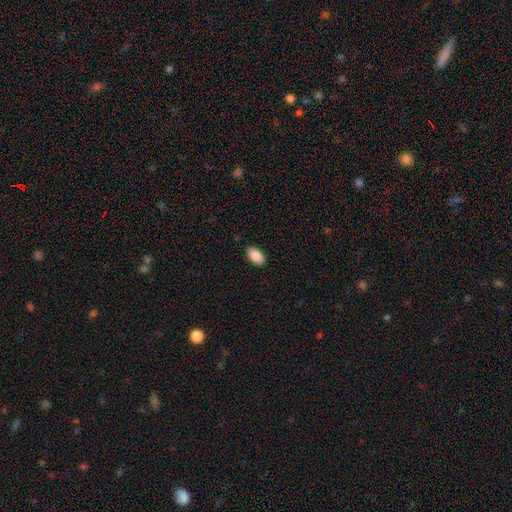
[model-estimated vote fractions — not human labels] A smooth galaxy with no disk features (88%) that is in between round and cigar-shaped (94%). Merging: none (88%).